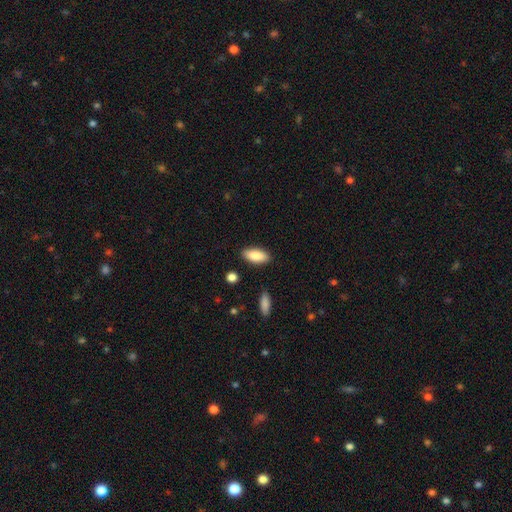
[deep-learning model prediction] smooth-or-featured: smooth: 86% | featured or disk: 8% | star or artifact: 6%
  how-rounded: in between: 84% | cigar-shaped: 14% | round: 2%
  merging: none: 86% | minor disturbance: 10% | major disturbance: 2% | merger: 2%